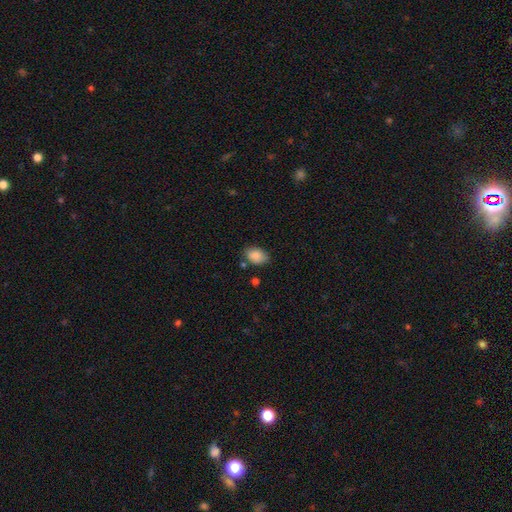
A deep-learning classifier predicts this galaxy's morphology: Smooth or featured: smooth — 87% (star or artifact — 8%)
How rounded: in between — 82% (round — 16%)
Merging: none — 74% (minor disturbance — 17%)